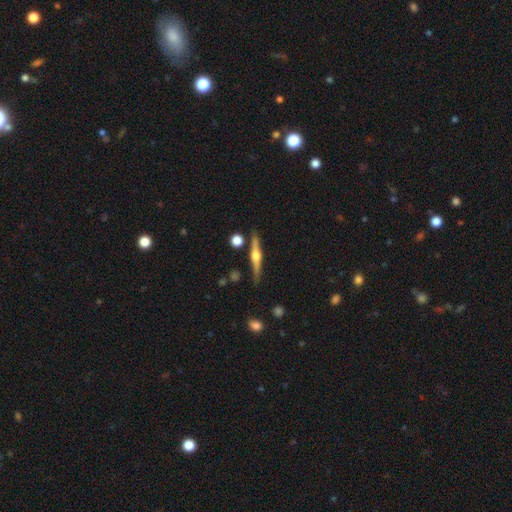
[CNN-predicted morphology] The model was most divided on "smooth or featured": featured or disk: 75%, smooth: 19%, star or artifact: 6%. More confident: edge-on disk — yes (98%); edge-on bulge — rounded (93%); merging — none (85%).